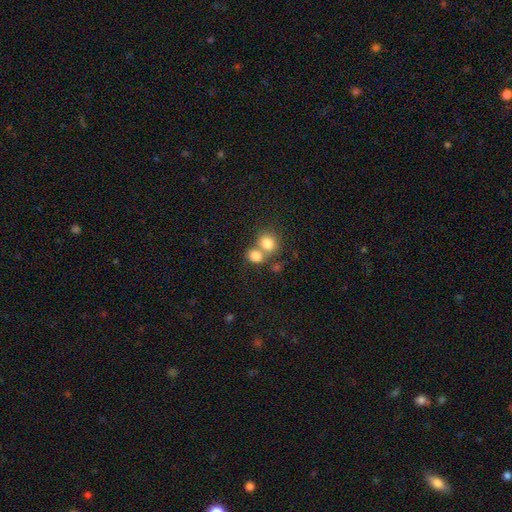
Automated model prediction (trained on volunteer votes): smooth 80%, star or artifact 10%, featured or disk 10%. Down the decision tree: how rounded — round (62%); merging — merger (52%).